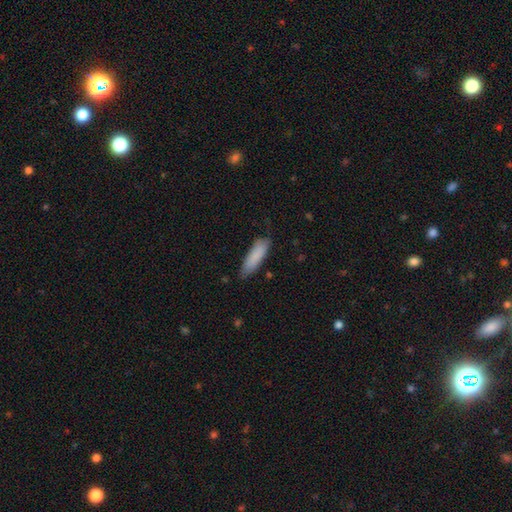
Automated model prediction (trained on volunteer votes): This appears to be a smooth galaxy with no disk features (86%) that is cigar-shaped (53%). Merging: none (74%).